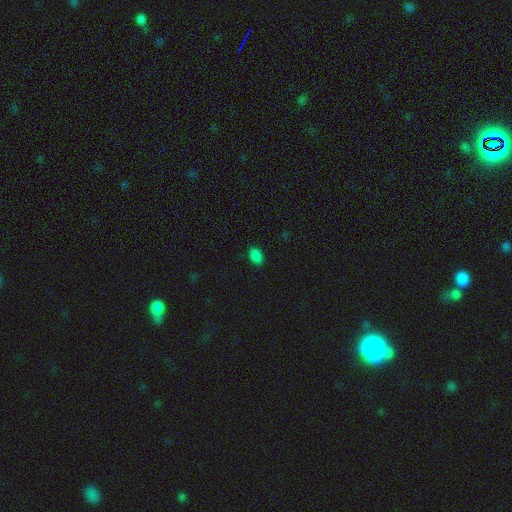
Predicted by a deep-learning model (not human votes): The model was most divided on "smooth or featured": smooth: 84%, star or artifact: 13%, featured or disk: 3%. More confident: merging — none (88%); how rounded — in between (86%).